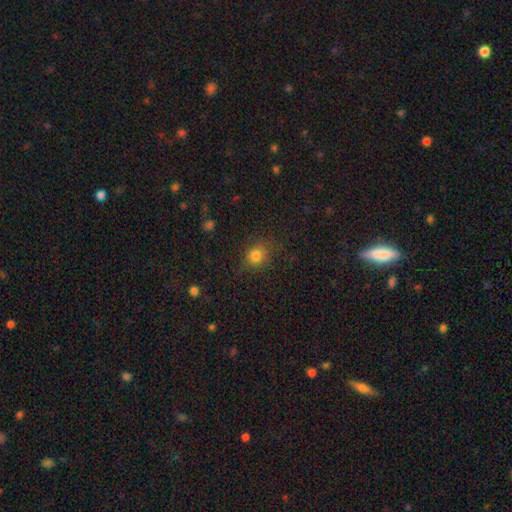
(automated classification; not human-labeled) Smooth or featured?
  - smooth: 78% *
  - star or artifact: 15%
  - featured or disk: 8%
How rounded?
  - round: 75% *
  - in between: 23%
  - cigar-shaped: 1%
Merging?
  - none: 75% *
  - minor disturbance: 16%
  - major disturbance: 7%
  - merger: 2%